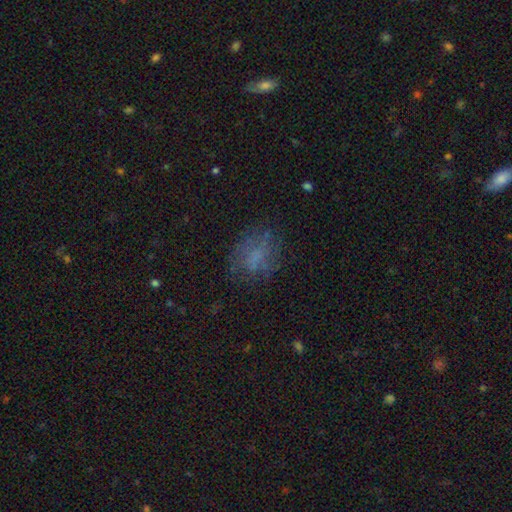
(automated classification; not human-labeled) A smooth galaxy with no disk features (54%) that is in between round and cigar-shaped (55%). Merging: none (64%).